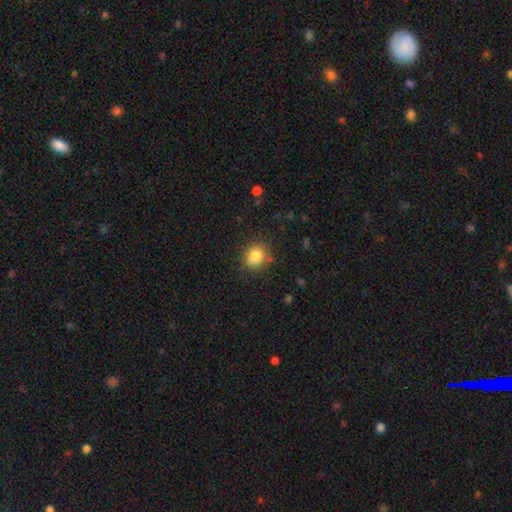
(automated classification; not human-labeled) Morphology: type=smooth (83%); roundness=round (76%); merging=none (79%).